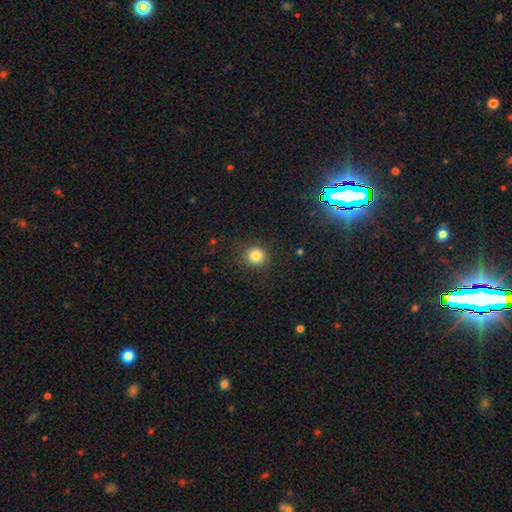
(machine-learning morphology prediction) The model was most divided on "smooth or featured": smooth: 83%, star or artifact: 12%, featured or disk: 5%. More confident: how rounded — round (89%); merging — none (88%).